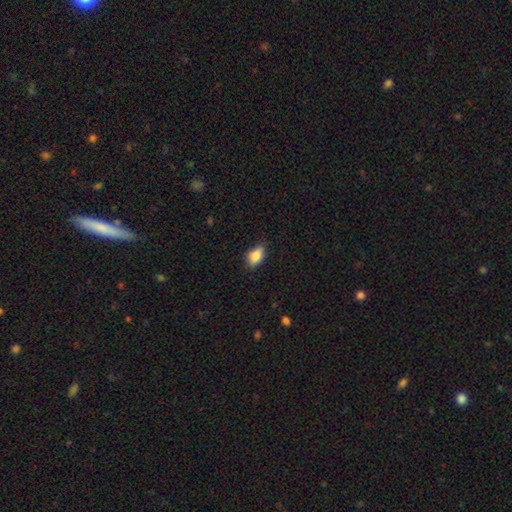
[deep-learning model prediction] Smooth or featured? Predicted: smooth (p=0.86). How rounded? Predicted: in between (p=0.89). Merging? Predicted: none (p=0.75).